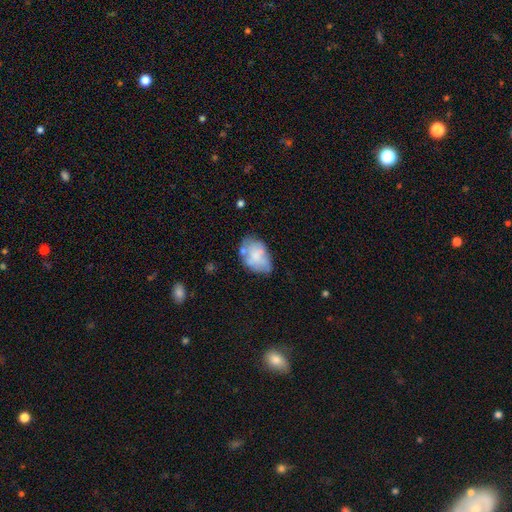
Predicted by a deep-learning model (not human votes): smooth_or_featured: smooth (p=0.61) [alt: featured or disk p=0.31]
how_rounded: in between (p=0.86) [alt: round p=0.13]
merging: none (p=0.45) [alt: minor disturbance p=0.30]